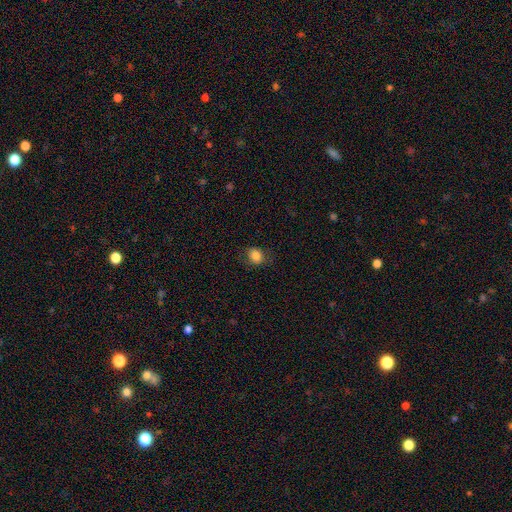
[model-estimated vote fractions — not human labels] Overall: smooth (83%). How rounded: round (51%; in between 48%). Merging: none (77%).